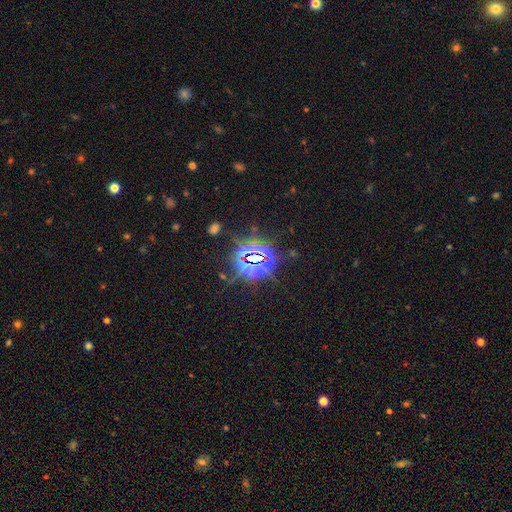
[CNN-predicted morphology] Smooth or featured?
  - star or artifact: 83% *
  - smooth: 9%
  - featured or disk: 8%